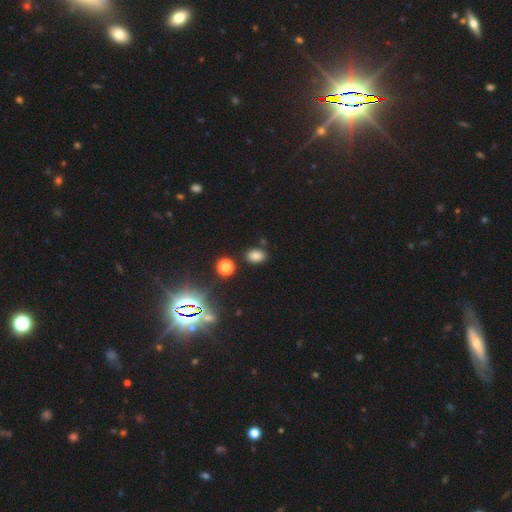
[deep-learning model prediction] This appears to be a smooth galaxy with no disk features (79%) that is in between round and cigar-shaped (80%). Merging: none (82%).